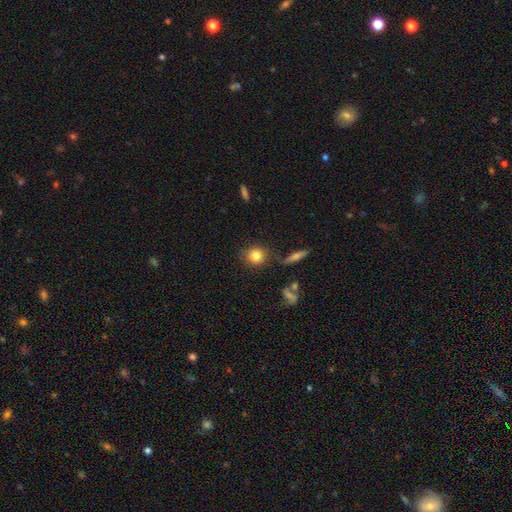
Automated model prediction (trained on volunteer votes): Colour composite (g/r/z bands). It shows a smooth galaxy with no disk features (82%) that is round (83%). Merging: none (79%).